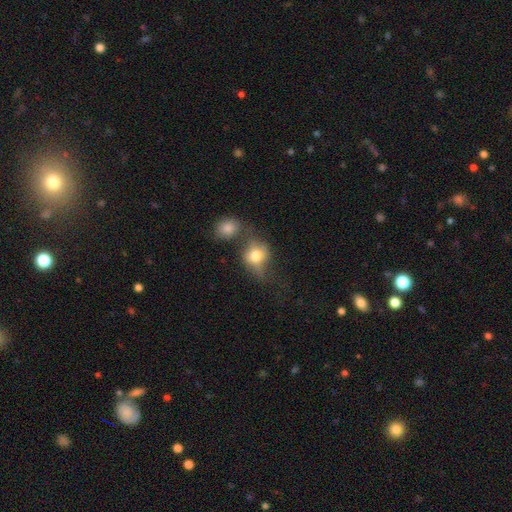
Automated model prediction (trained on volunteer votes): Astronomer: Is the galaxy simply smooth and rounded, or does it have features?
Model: smooth — 58%.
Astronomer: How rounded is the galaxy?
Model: round — 54% (runner-up: in between, 43%).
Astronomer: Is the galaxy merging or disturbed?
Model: none — 39% (runner-up: merger, 23%).